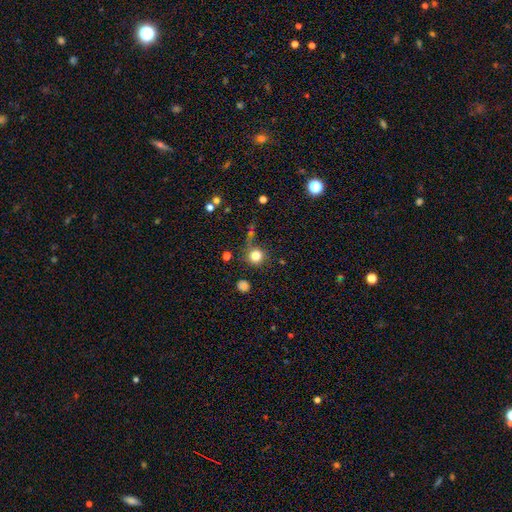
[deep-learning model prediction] Smooth or featured? Predicted: smooth (p=0.80). How rounded? Predicted: round (p=0.93). Merging? Predicted: none (p=0.70).